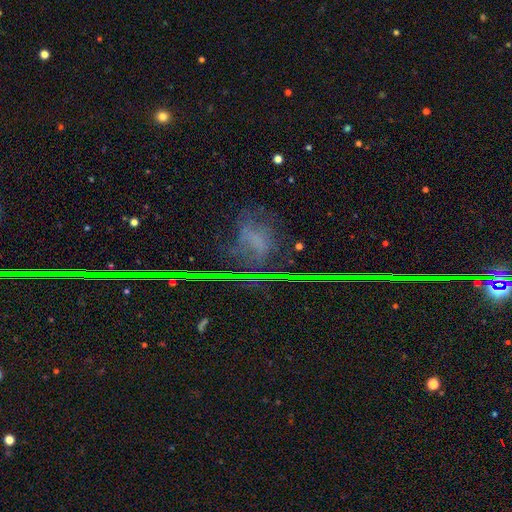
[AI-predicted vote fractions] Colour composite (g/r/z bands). It shows a star or artifact, not a galaxy (58%).